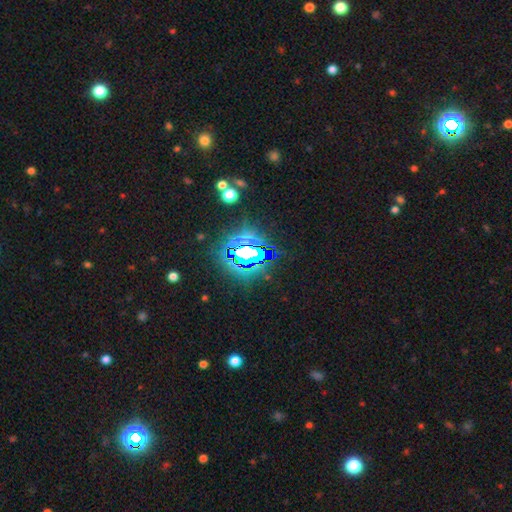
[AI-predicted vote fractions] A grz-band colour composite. It shows a star or artifact, not a galaxy (76%).